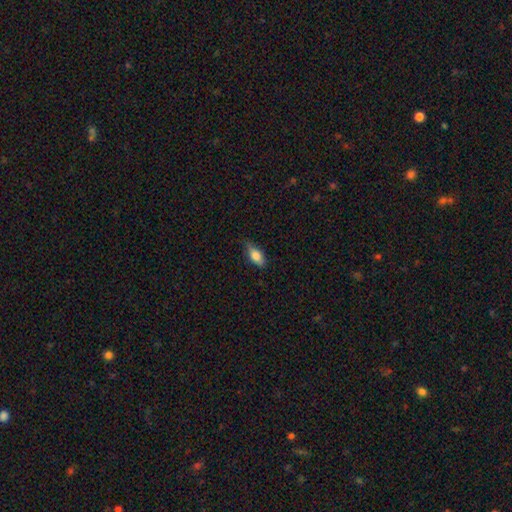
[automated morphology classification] A smooth galaxy with no disk features (75%) that is in between round and cigar-shaped (80%). Merging: none (65%).